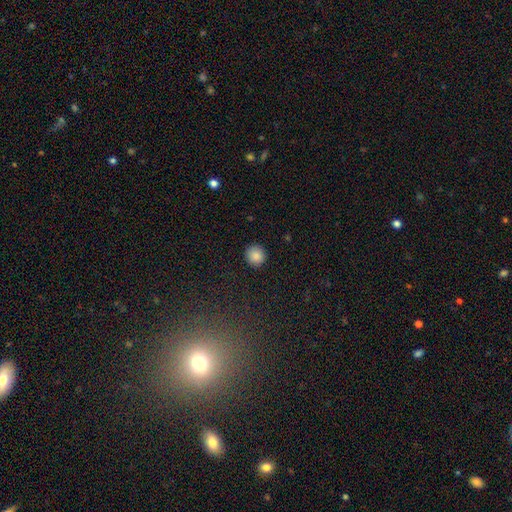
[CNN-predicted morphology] This appears to be a smooth galaxy with no disk features (88%) that is round (93%). Merging: none (91%).